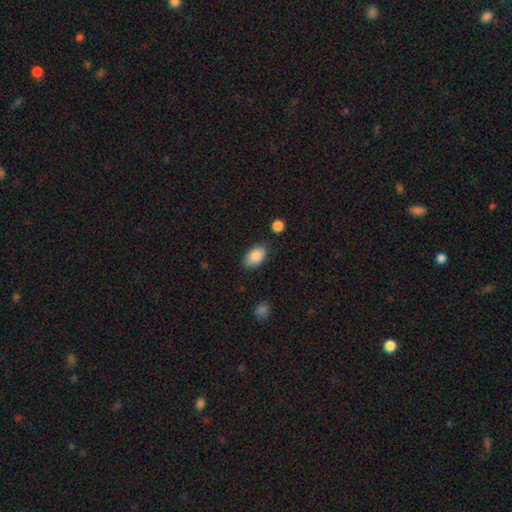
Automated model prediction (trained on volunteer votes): This appears to be a smooth galaxy with no disk features (85%) that is in between round and cigar-shaped (92%). Merging: none (79%).